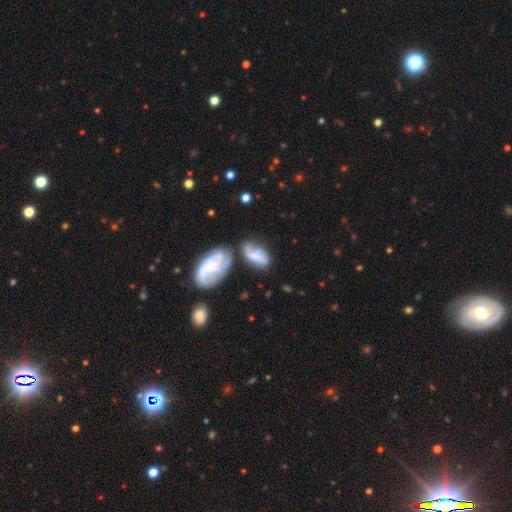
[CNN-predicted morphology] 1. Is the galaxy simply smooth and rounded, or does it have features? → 51% featured or disk, 40% smooth, 9% star or artifact.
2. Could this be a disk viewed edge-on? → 93% no, 7% yes.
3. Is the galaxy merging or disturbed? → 32% none, 29% merger, 21% minor disturbance, 18% major disturbance.